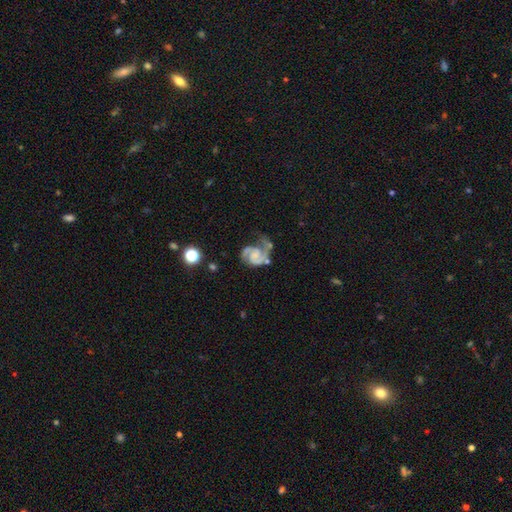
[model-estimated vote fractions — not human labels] This appears to be a featured or disk galaxy (88%) with no bar (57%), 2 (87%) medium (52%) spiral arms (97%) and no central bulge (44%). Merging: none (52%).